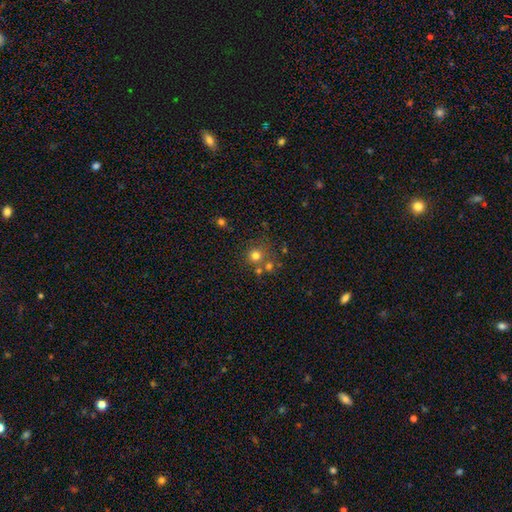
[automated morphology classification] This is likely a smooth galaxy (74%). How rounded: clearly round (91%). Merging: likely none (65%).